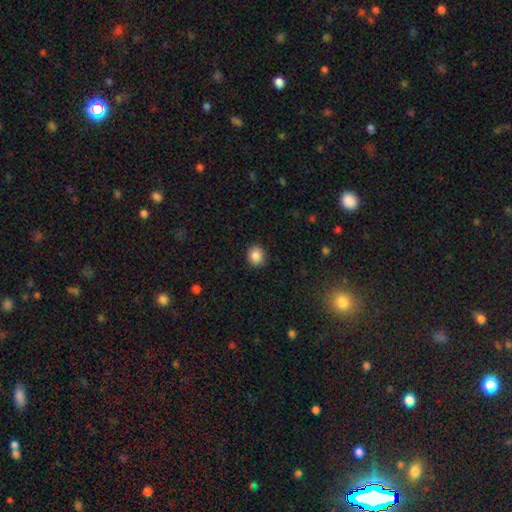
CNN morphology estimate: A smooth galaxy with no disk features (88%) that is round (78%). Merging: none (90%).